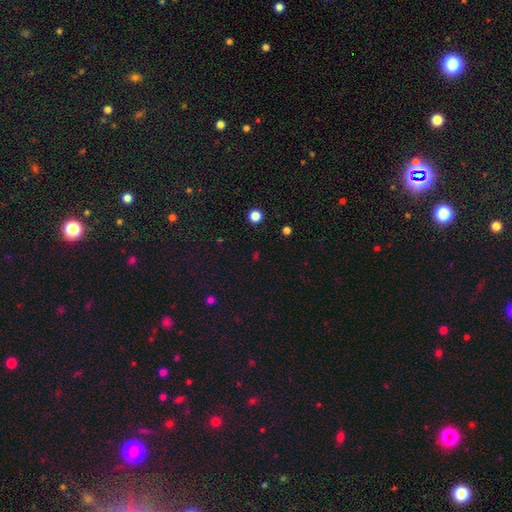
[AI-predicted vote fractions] star or artifact 50%, smooth 45%, featured or disk 6%.